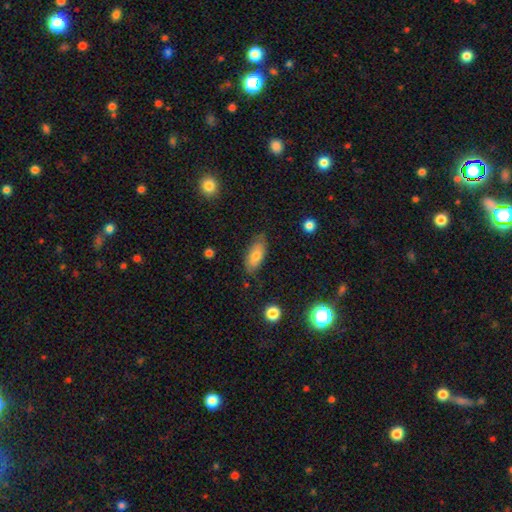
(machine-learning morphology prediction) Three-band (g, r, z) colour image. It shows a smooth galaxy with no disk features (74%) that is in between round and cigar-shaped (84%). Merging: none (76%).